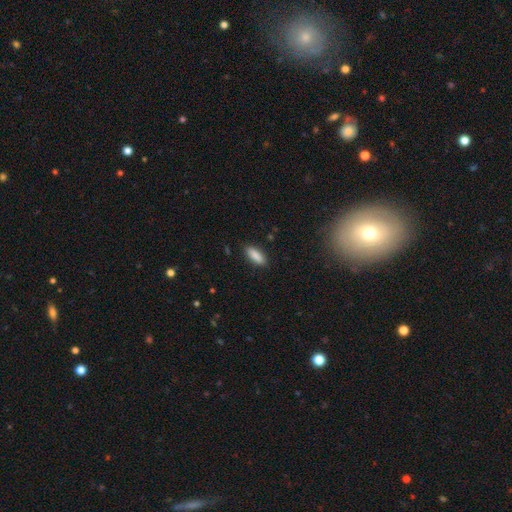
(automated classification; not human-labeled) Overall: smooth (88%). How rounded: in between (64%; cigar-shaped 34%). Merging: none (87%).